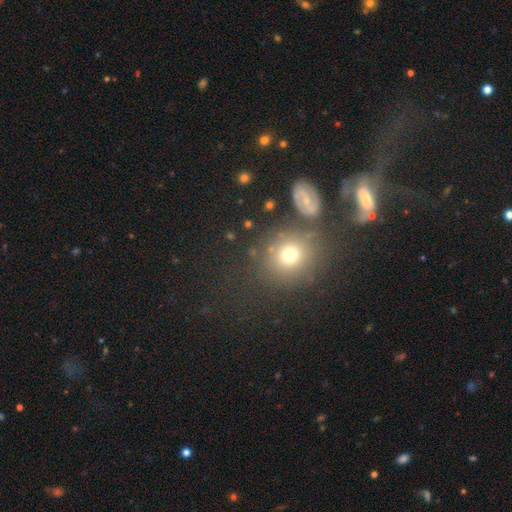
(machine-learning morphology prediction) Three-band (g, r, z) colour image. It shows a smooth galaxy with no disk features (56%) that is round (76%). Merging: none (43%).